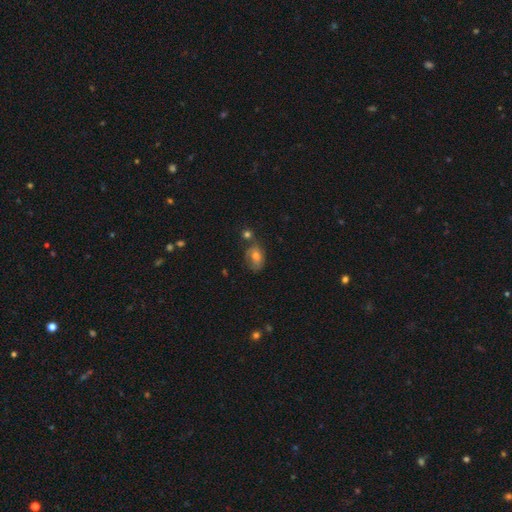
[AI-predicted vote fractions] Overall: smooth (56%; featured or disk 27%). How rounded: in between (73%). Merging: none (56%; minor disturbance 23%).